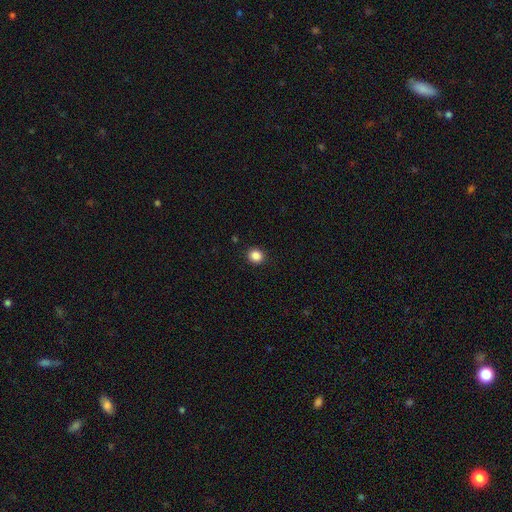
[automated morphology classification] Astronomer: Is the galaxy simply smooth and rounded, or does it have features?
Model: smooth — 86%.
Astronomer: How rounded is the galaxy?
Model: round — 84%.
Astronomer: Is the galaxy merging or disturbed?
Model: none — 92%.